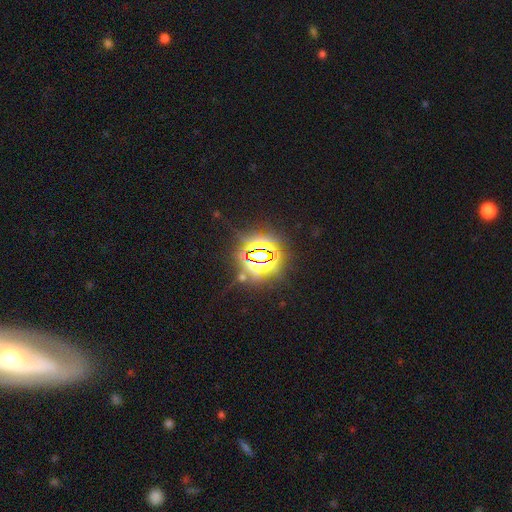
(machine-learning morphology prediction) smooth_or_featured: star or artifact (p=0.82) [alt: smooth p=0.10]